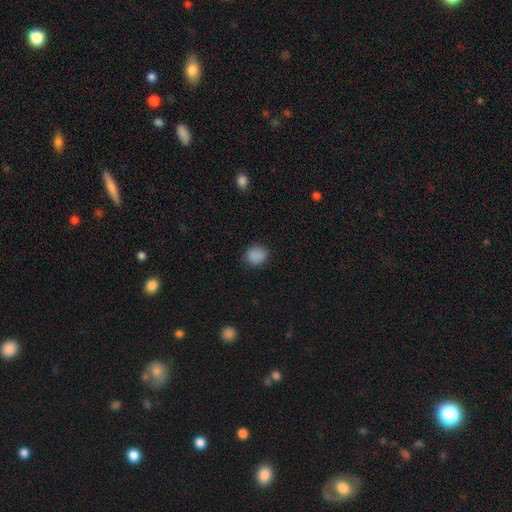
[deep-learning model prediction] Smooth or featured: smooth — 87% (star or artifact — 10%)
How rounded: round — 74% (in between — 25%)
Merging: none — 85% (minor disturbance — 11%)